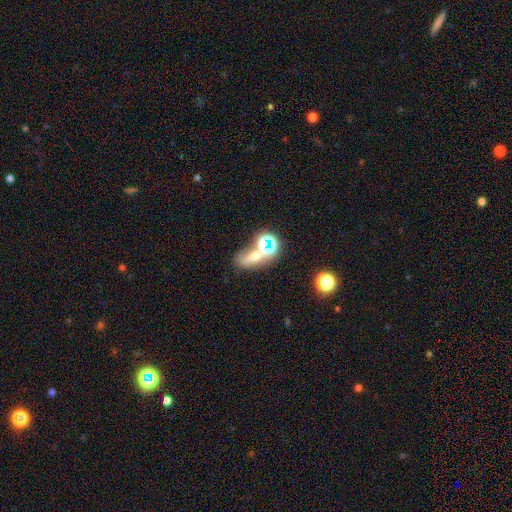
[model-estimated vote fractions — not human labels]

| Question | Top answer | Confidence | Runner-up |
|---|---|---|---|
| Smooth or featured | smooth | 45% | featured or disk (28%) |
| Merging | merger | 41% | none (36%) |